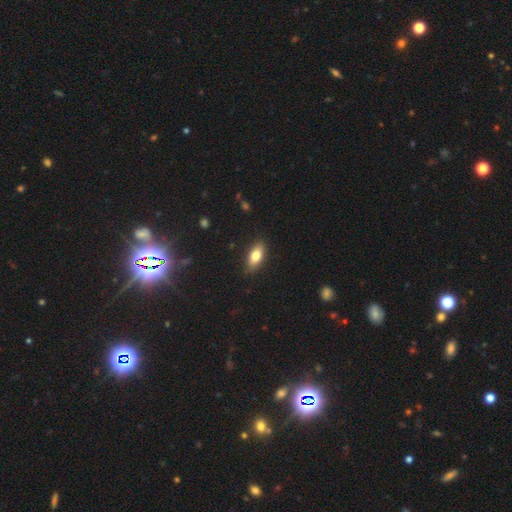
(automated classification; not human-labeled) Smooth or featured? Predicted: smooth (p=0.76). How rounded? Predicted: in between (p=0.81). Merging? Predicted: none (p=0.87).